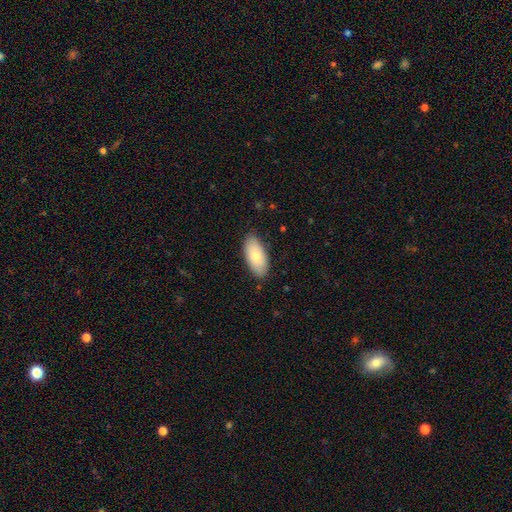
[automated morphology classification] Smooth or featured: smooth — 78% (featured or disk — 16%)
How rounded: in between — 91% (cigar-shaped — 7%)
Merging: none — 86% (minor disturbance — 11%)